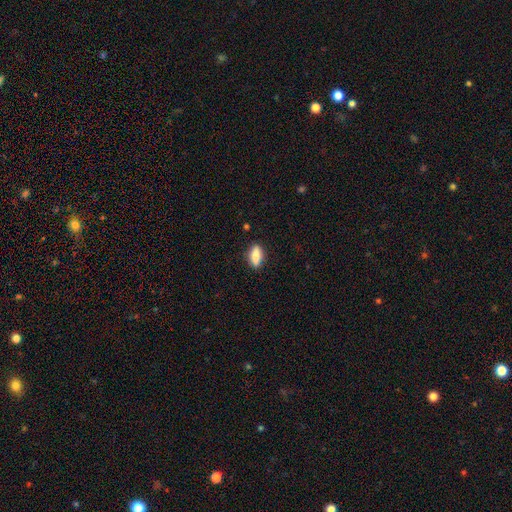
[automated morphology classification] smooth_or_featured: smooth (p=0.76) [alt: featured or disk p=0.17]
how_rounded: in between (p=0.75) [alt: cigar-shaped p=0.21]
merging: none (p=0.85) [alt: minor disturbance p=0.11]